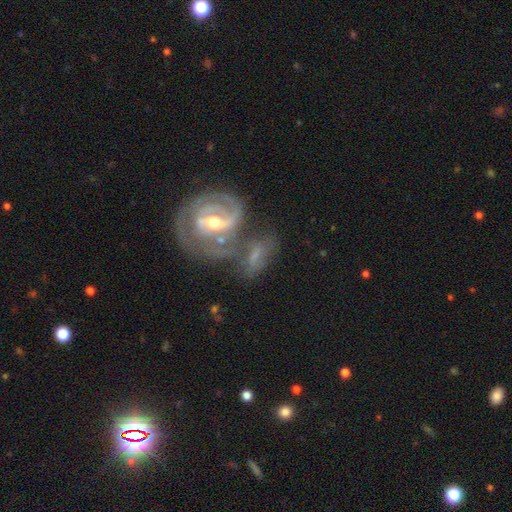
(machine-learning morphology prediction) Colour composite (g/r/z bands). It shows a featured or disk galaxy (63%) with a weak bar (40%), spiral arms (79%) and a moderate central bulge (61%). Merging: merger (41%).